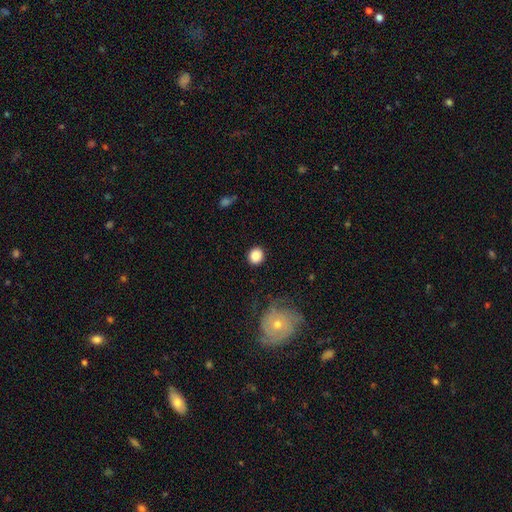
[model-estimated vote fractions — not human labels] Q: Smooth or featured?
A: smooth (86%); runner-up: star or artifact (10%)
Q: How rounded?
A: round (85%); runner-up: in between (14%)
Q: Merging?
A: none (88%); runner-up: minor disturbance (7%)